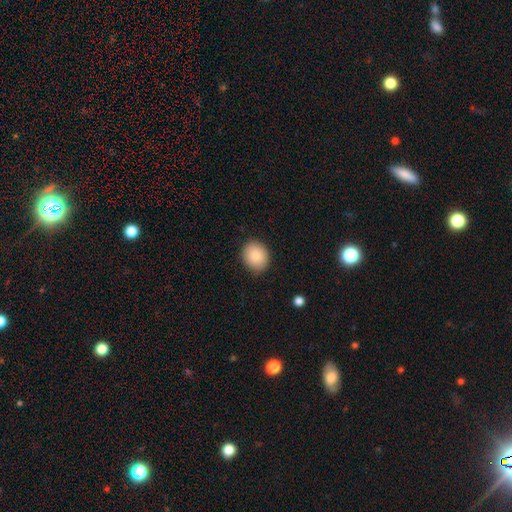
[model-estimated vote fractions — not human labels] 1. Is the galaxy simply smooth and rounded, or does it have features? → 87% smooth, 8% star or artifact, 5% featured or disk.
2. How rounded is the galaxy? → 65% round, 34% in between, 1% cigar-shaped.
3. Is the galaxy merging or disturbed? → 87% none, 10% minor disturbance, 2% major disturbance, 1% merger.